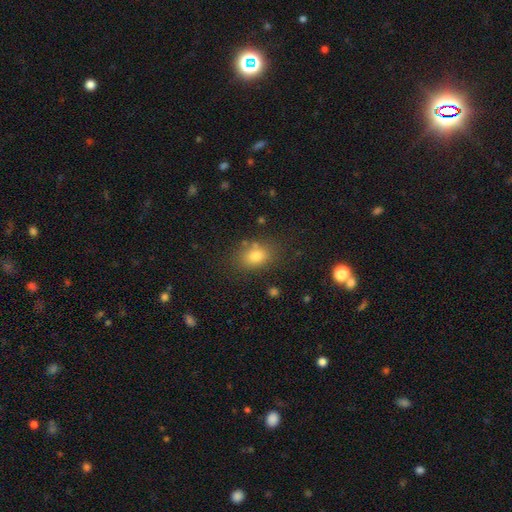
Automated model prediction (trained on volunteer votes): This is likely a smooth galaxy (79%). How rounded: likely in between (73%). Merging: likely none (76%).